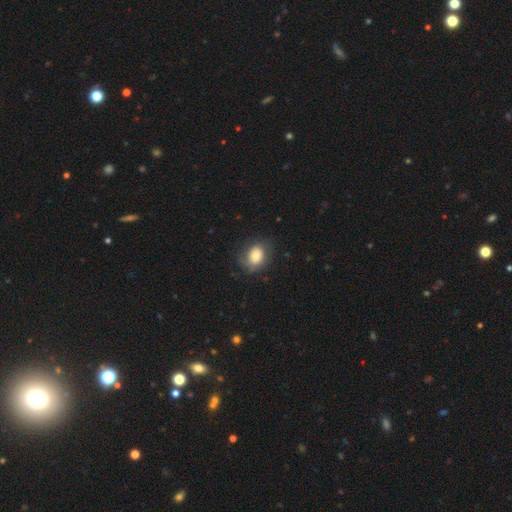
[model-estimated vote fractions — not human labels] Smooth or featured? smooth (71%)
How rounded? in between (53%)
Merging? none (68%)